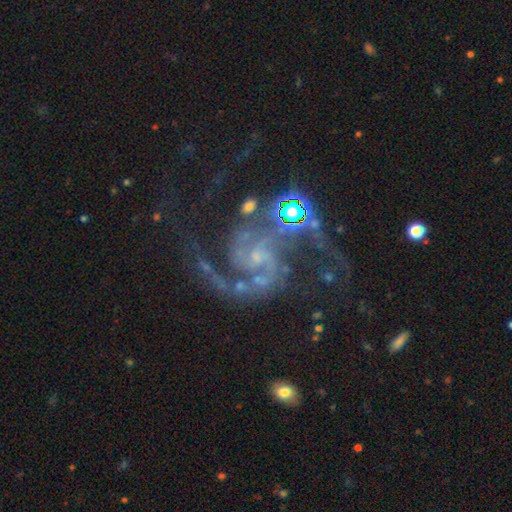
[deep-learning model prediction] A featured or disk galaxy (77%) with no bar (56%), 2 (44%) medium (51%) spiral arms (94%) and a small central bulge (49%).

Vote fractions:
- Smooth or featured? featured or disk: 77% / star or artifact: 14% / smooth: 9%
- Edge-on disk? no: 98% / yes: 2%
- Bar? no: 56% / weak: 34% / strong: 10%
- Spiral arms? yes: 94% / no: 6%
- Spiral winding? medium: 51% / loose: 27% / tight: 22%
- Spiral arm count? 2: 44% / 3: 20% / can't tell: 15% / 4: 8% / 1: 7% / more than 4: 6%
- Bulge size? small: 49% / moderate: 23% / none: 22% / large: 4% / dominant: 2%
- Merging? none: 40% / major disturbance: 28% / minor disturbance: 19% / merger: 13%